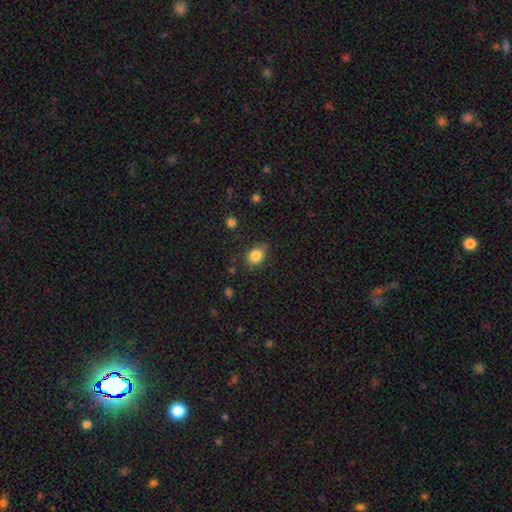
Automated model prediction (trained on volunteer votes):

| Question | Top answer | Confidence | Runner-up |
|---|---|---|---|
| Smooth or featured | smooth | 85% | star or artifact (10%) |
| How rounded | in between | 57% | round (42%) |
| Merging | none | 76% | minor disturbance (18%) |